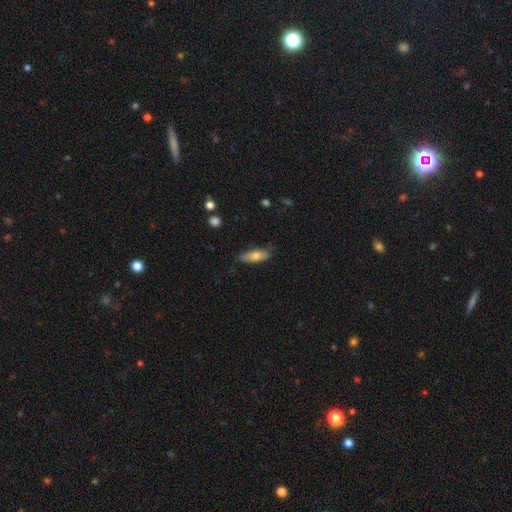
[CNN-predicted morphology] A smooth galaxy with no disk features (70%) that is in between round and cigar-shaped (60%).

Vote fractions:
- Smooth or featured? smooth: 70% / featured or disk: 24% / star or artifact: 6%
- How rounded? in between: 60% / cigar-shaped: 37% / round: 2%
- Merging? none: 73% / minor disturbance: 21% / major disturbance: 4% / merger: 2%